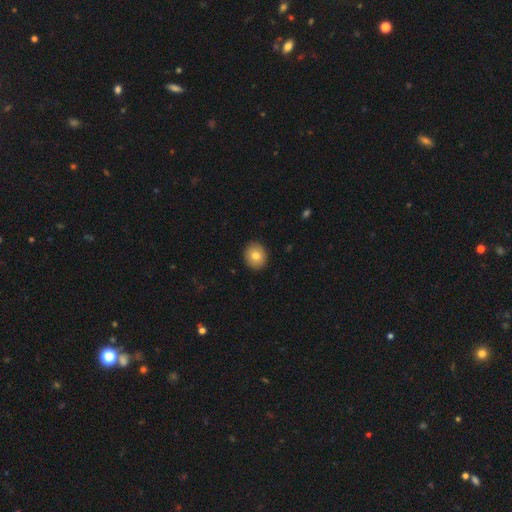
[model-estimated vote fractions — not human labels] smooth-or-featured: smooth: 79% | featured or disk: 12% | star or artifact: 9%
  how-rounded: round: 81% | in between: 18% | cigar-shaped: 1%
  merging: none: 91% | minor disturbance: 6% | major disturbance: 2% | merger: 1%